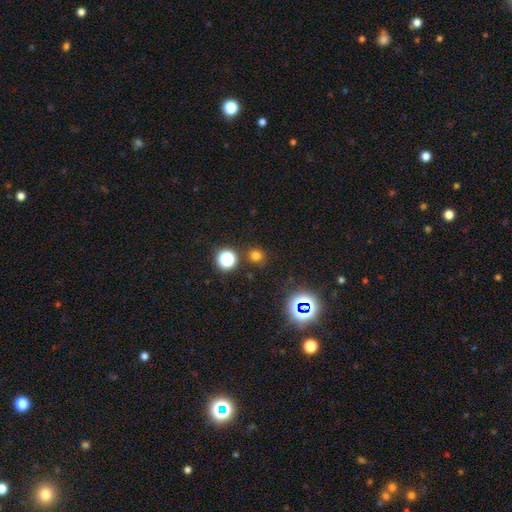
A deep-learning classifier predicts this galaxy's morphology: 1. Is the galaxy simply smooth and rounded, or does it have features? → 70% smooth, 25% star or artifact, 5% featured or disk.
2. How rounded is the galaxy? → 92% round, 7% in between, 1% cigar-shaped.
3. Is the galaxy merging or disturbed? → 86% none, 7% minor disturbance, 4% merger, 3% major disturbance.